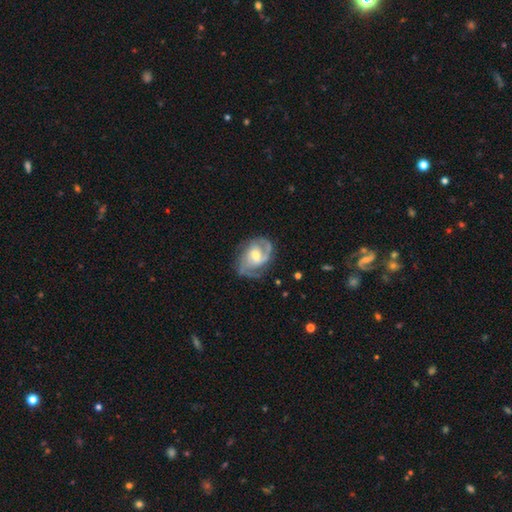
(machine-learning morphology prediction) Overall: featured or disk (87%). Edge-on disk: no (97%). Bar: weak (47%; no 42%). Spiral arms: yes (97%). Spiral arm count: 2 (69%). Spiral winding: medium (46%; tight 41%). Bulge size: moderate (58%; small 32%). Merging: none (69%).